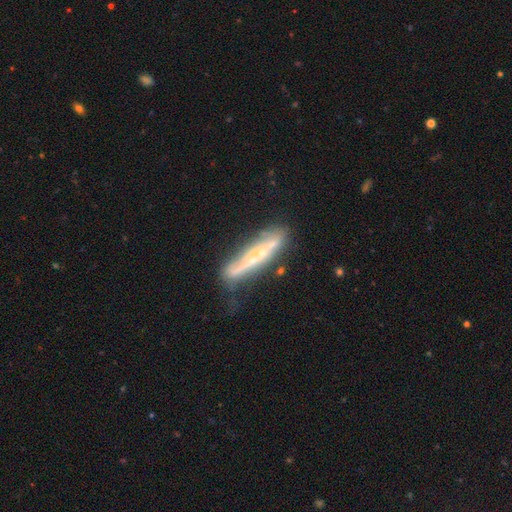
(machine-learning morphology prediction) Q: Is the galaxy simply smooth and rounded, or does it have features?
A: featured or disk — 71%.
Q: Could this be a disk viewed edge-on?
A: yes — 73%.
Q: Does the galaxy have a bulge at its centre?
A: rounded — 54%.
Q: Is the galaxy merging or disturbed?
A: none — 58%.